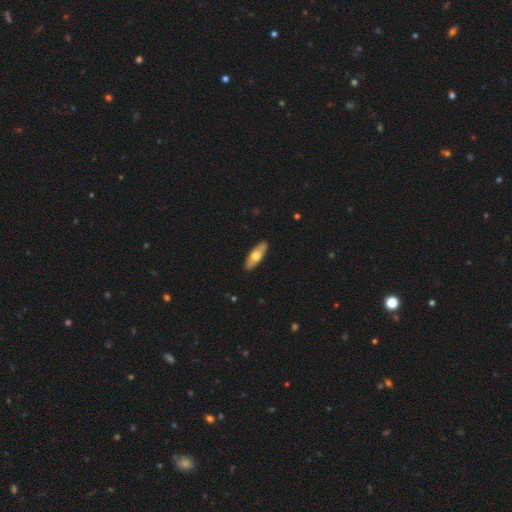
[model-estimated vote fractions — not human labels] Smooth or featured?
  - smooth: 60% *
  - featured or disk: 35%
  - star or artifact: 5%
How rounded?
  - in between: 62% *
  - cigar-shaped: 35%
  - round: 3%
Merging?
  - none: 91% *
  - minor disturbance: 7%
  - major disturbance: 1%
  - merger: 1%